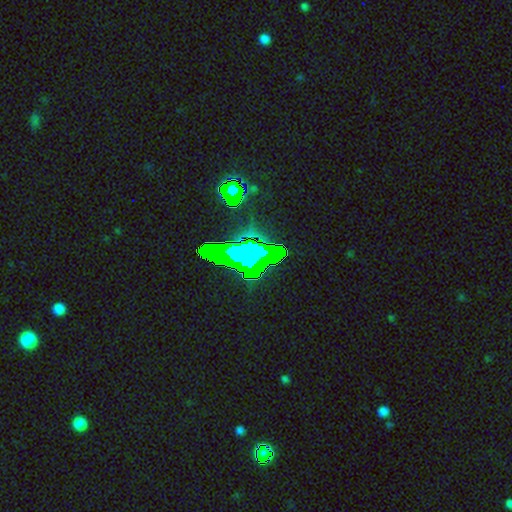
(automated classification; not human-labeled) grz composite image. It shows a star or artifact, not a galaxy (65%).